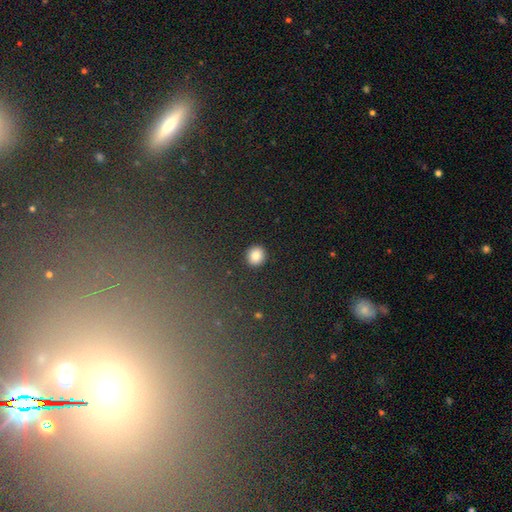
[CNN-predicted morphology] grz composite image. It shows a smooth galaxy with no disk features (85%) that is round (85%). Merging: none (91%).